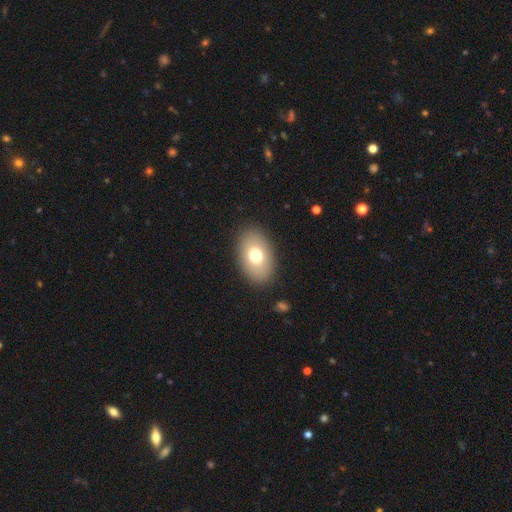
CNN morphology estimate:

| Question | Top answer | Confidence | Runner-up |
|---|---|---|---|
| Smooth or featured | smooth | 73% | featured or disk (19%) |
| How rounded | in between | 88% | round (11%) |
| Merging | none | 88% | minor disturbance (9%) |